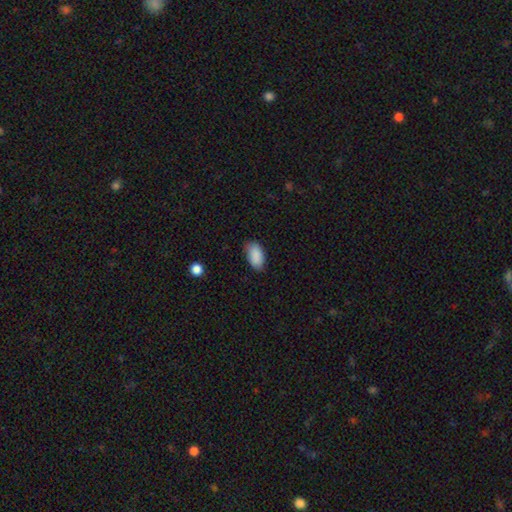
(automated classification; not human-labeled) smooth-or-featured: smooth: 89% | star or artifact: 7% | featured or disk: 4%
  how-rounded: in between: 94% | round: 4% | cigar-shaped: 2%
  merging: none: 78% | minor disturbance: 17% | major disturbance: 3% | merger: 1%